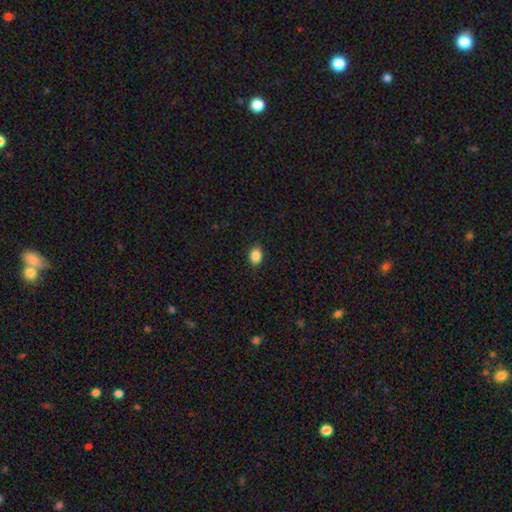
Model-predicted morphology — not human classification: smooth_or_featured: smooth (p=0.87) [alt: star or artifact p=0.09]
how_rounded: in between (p=0.73) [alt: round p=0.26]
merging: none (p=0.89) [alt: minor disturbance p=0.08]